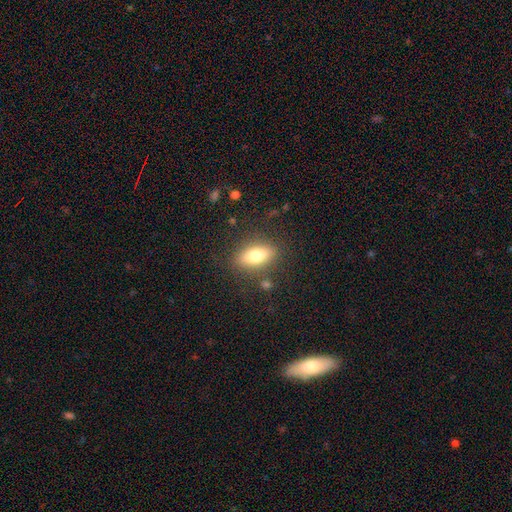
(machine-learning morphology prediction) Smooth or featured? smooth (74%)
How rounded? in between (79%)
Merging? none (82%)